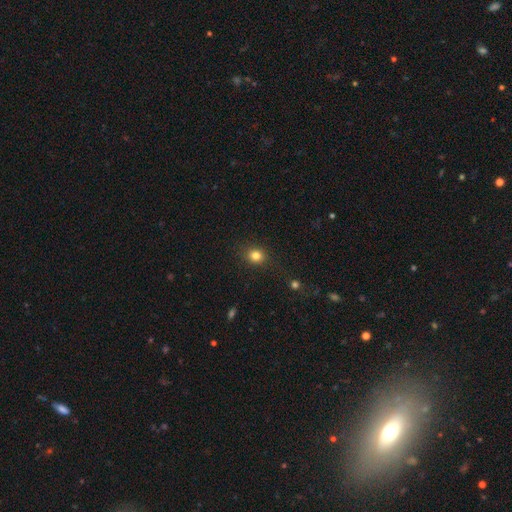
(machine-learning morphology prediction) Q: Smooth or featured?
A: smooth (81%); runner-up: star or artifact (13%)
Q: How rounded?
A: round (74%); runner-up: in between (25%)
Q: Merging?
A: none (85%); runner-up: minor disturbance (10%)